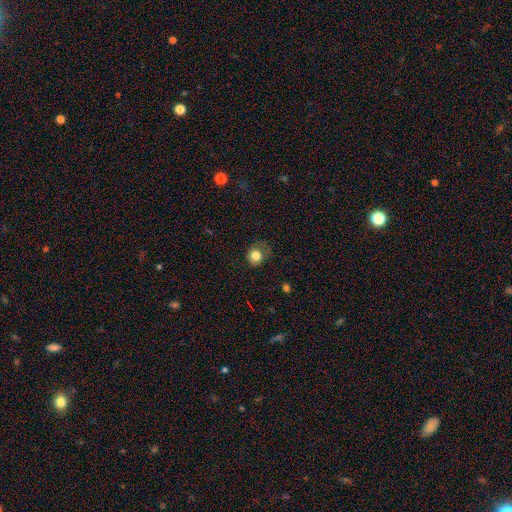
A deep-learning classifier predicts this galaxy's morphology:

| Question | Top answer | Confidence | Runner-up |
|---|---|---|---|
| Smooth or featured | smooth | 81% | star or artifact (11%) |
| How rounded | round | 77% | in between (22%) |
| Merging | none | 61% | minor disturbance (25%) |